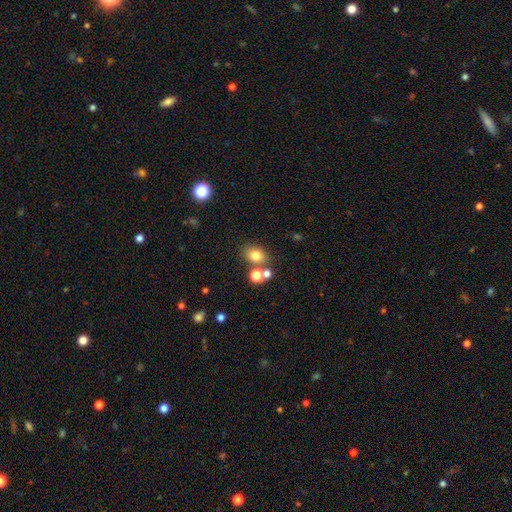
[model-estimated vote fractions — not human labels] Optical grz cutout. It shows a smooth galaxy with no disk features (77%) that is in between round and cigar-shaped (52%). Merging: none (65%).